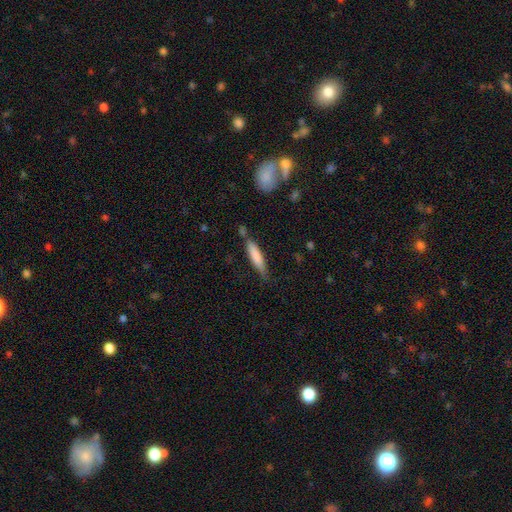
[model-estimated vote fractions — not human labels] Smooth or featured? smooth (76%)
How rounded? cigar-shaped (80%)
Merging? none (64%)